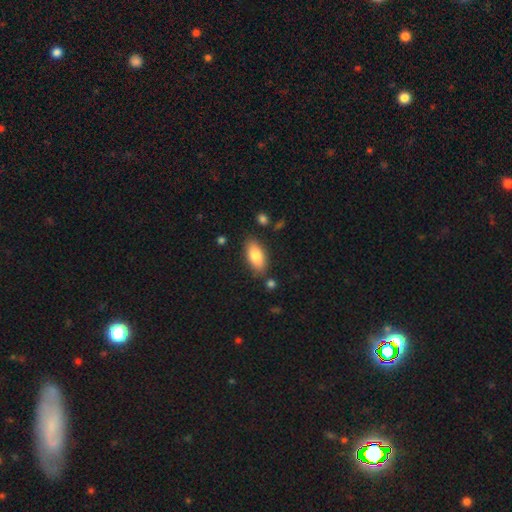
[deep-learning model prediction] Smooth or featured? smooth (82%)
How rounded? in between (89%)
Merging? none (83%)